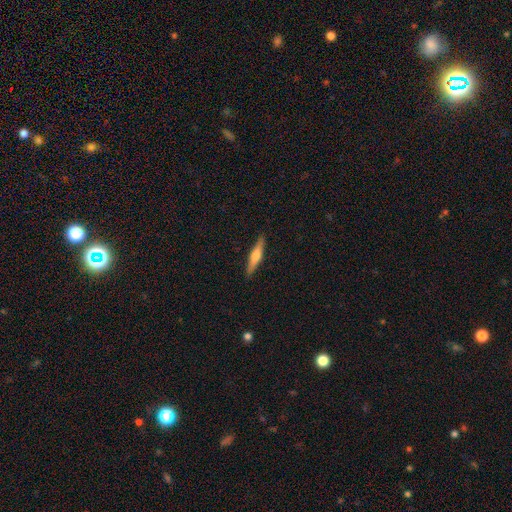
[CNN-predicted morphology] Smooth or featured? featured or disk (55%)
Edge-on disk? yes (96%)
Edge-on bulge? rounded (87%)
Merging? none (91%)